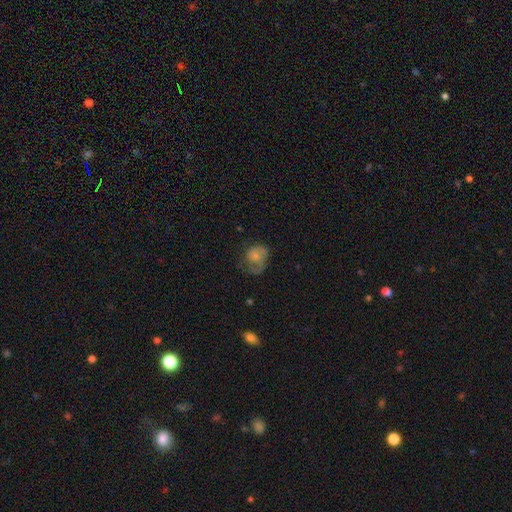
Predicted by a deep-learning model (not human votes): This appears to be a smooth galaxy with no disk features (59%) that is round (52%). Merging: major disturbance (36%).